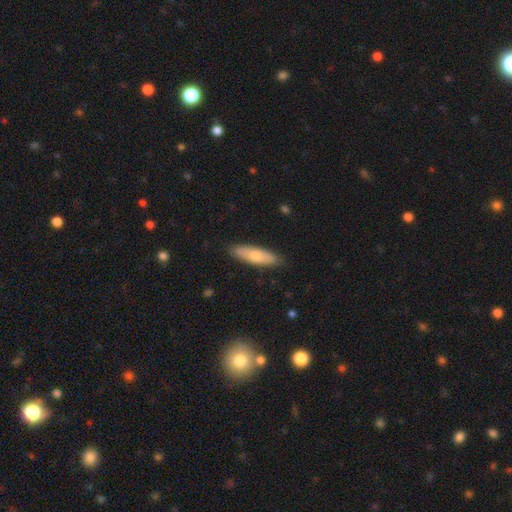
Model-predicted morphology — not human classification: smooth 70%, featured or disk 25%, star or artifact 5%. Down the decision tree: how rounded — cigar-shaped (56%); merging — none (87%).